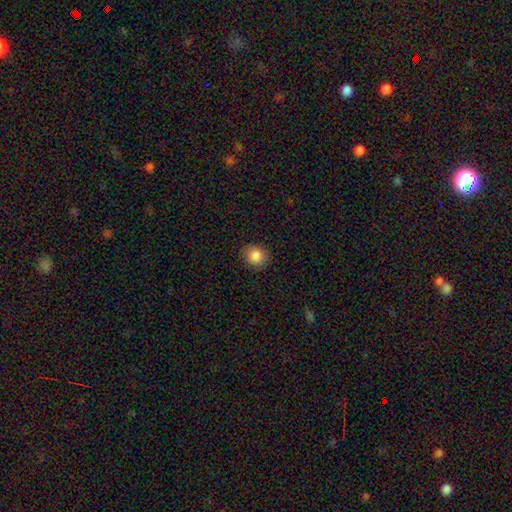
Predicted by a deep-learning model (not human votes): The model was most divided on "how rounded": round: 74%, in between: 26%, cigar-shaped: 1%. More confident: merging — none (89%); smooth or featured — smooth (86%).